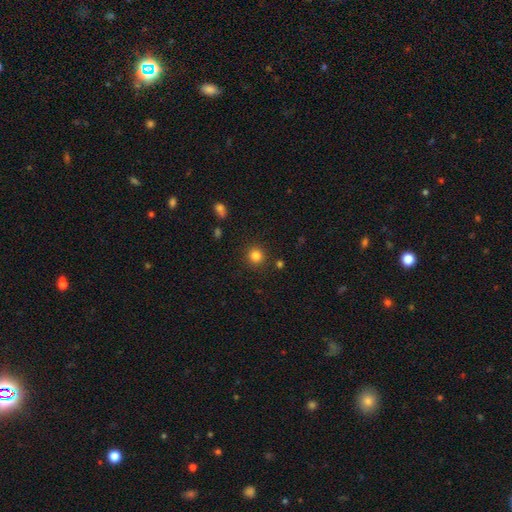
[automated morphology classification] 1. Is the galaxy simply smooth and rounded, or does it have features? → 83% smooth, 12% star or artifact, 5% featured or disk.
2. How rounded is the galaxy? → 93% round, 6% in between, 1% cigar-shaped.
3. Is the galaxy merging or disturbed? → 89% none, 6% minor disturbance, 2% major disturbance, 2% merger.